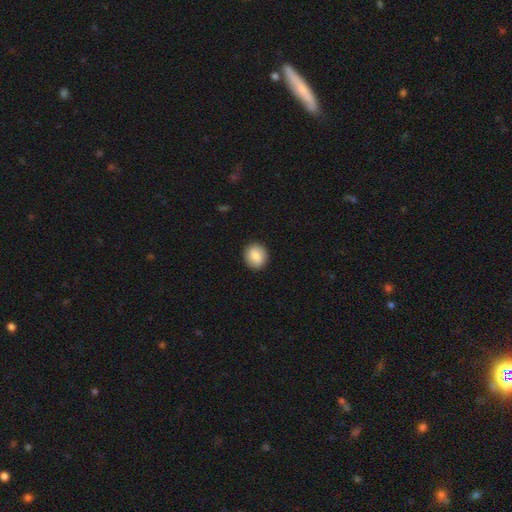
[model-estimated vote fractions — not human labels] Smooth or featured? smooth (84%)
How rounded? round (79%)
Merging? none (90%)